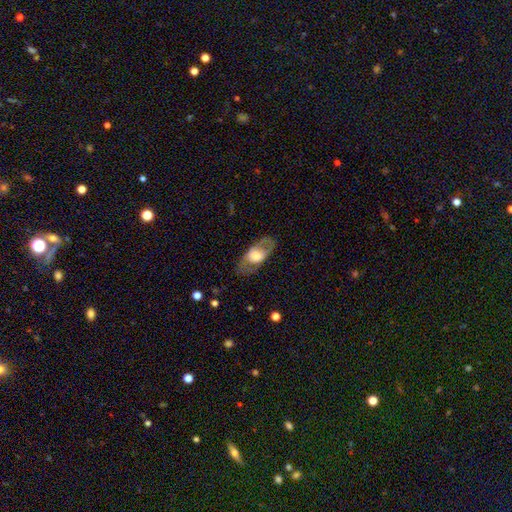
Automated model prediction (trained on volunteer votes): The model was most divided on "smooth or featured": featured or disk: 52%, smooth: 42%, star or artifact: 6%. More confident: edge-on disk — no (77%); merging — none (73%).